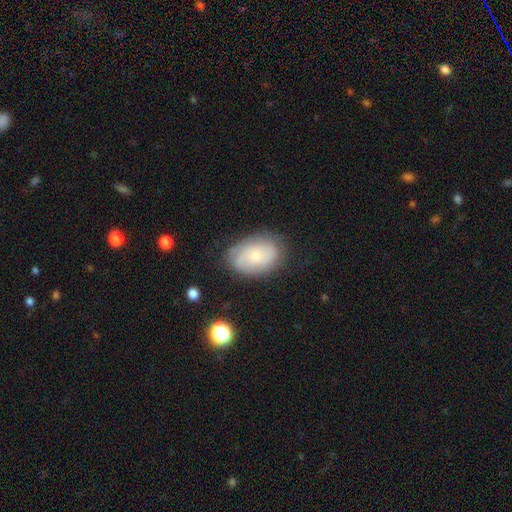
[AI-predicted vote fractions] Smooth or featured? Predicted: featured or disk (p=0.53). Edge-on disk? Predicted: no (p=0.96). Bar? Predicted: no (p=0.76). Spiral arms? Predicted: yes (p=0.82). Bulge size? Predicted: small (p=0.64). Merging? Predicted: none (p=0.73).